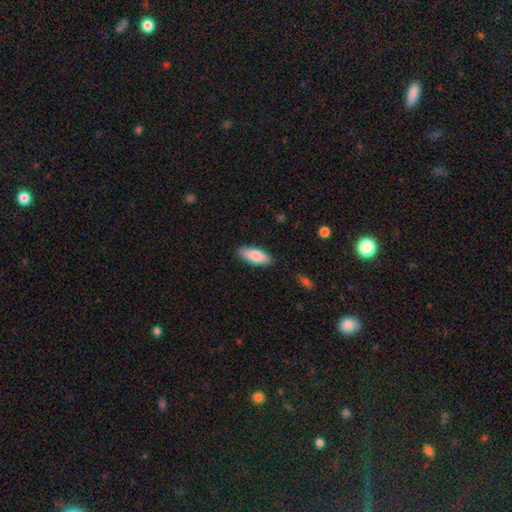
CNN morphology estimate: smooth-or-featured: smooth: 84% | featured or disk: 11% | star or artifact: 6%
  how-rounded: in between: 77% | cigar-shaped: 21% | round: 2%
  merging: none: 87% | minor disturbance: 10% | major disturbance: 2% | merger: 1%